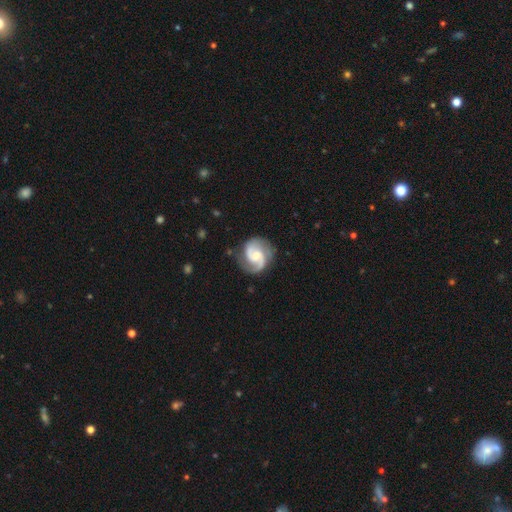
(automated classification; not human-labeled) This is clearly a featured or disk galaxy (89%). It is clearly not viewed edge-on (98%). Bar: possibly no (50%). Spiral arm pattern: clearly yes (98%). Spiral arm count: clearly 2 (91%). Spiral winding: possibly medium (55%). Central bulge: possibly moderate (53%). Merging: likely none (79%).